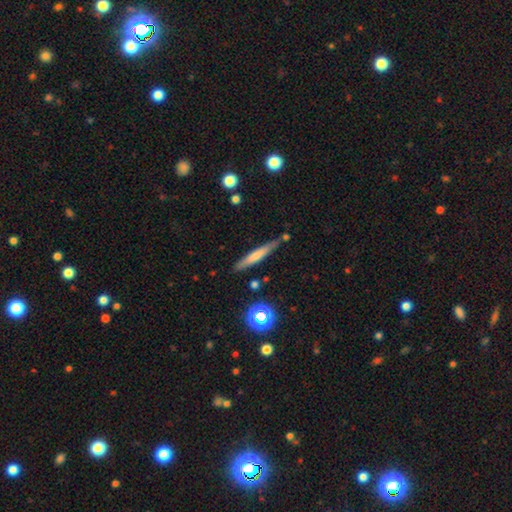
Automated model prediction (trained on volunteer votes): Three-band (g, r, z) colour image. It shows a smooth galaxy with no disk features (53%) that is cigar-shaped (93%). Merging: none (82%).